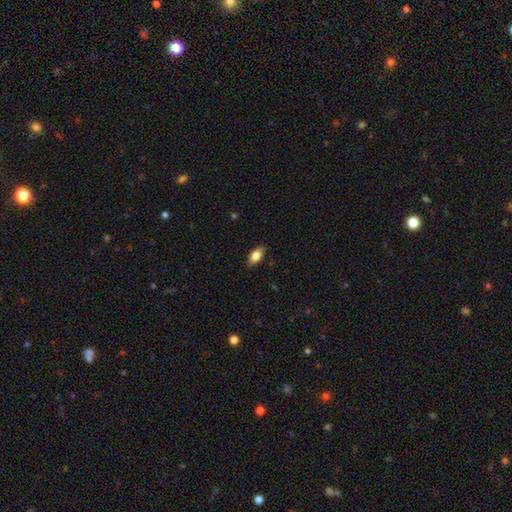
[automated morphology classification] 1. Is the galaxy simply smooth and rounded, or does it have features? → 77% smooth, 15% featured or disk, 7% star or artifact.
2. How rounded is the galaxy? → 88% in between, 8% cigar-shaped, 4% round.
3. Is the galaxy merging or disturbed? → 87% none, 10% minor disturbance, 2% major disturbance, 1% merger.